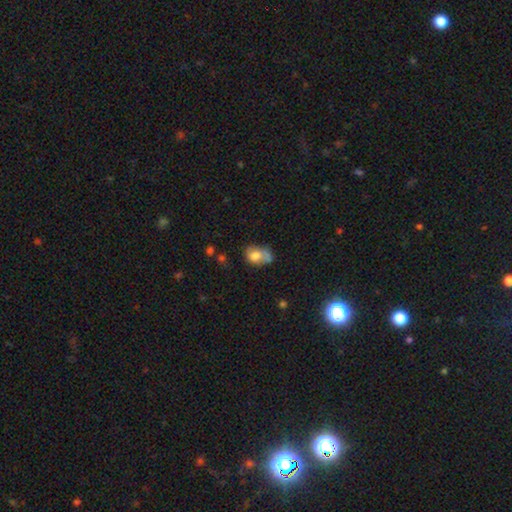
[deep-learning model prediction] Smooth or featured?
  - smooth: 71% *
  - featured or disk: 20%
  - star or artifact: 10%
How rounded?
  - in between: 70% *
  - round: 29%
  - cigar-shaped: 1%
Merging?
  - none: 32% *
  - minor disturbance: 30%
  - merger: 20%
  - major disturbance: 18%